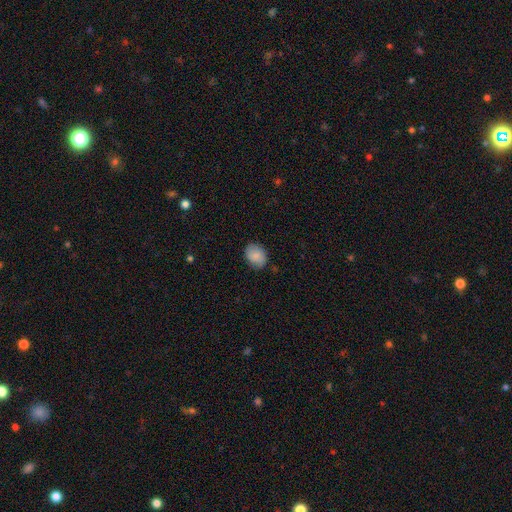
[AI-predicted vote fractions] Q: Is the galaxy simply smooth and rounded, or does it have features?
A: smooth — 84%.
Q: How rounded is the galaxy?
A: in between — 58%.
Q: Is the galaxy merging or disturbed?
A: none — 82%.